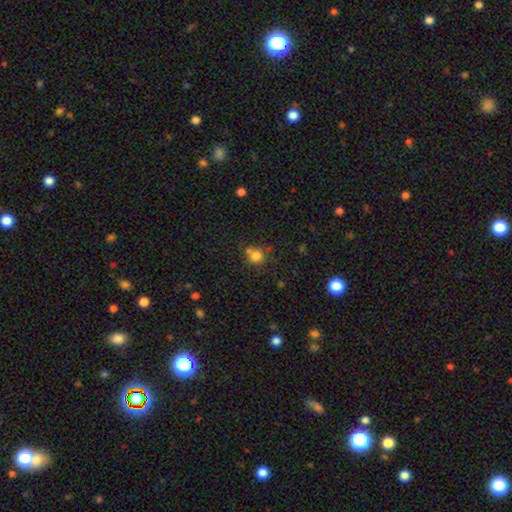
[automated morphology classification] The model was most divided on "merging": none: 60%, merger: 18%, minor disturbance: 17%, major disturbance: 5%. More confident: how rounded — round (83%); smooth or featured — smooth (80%).